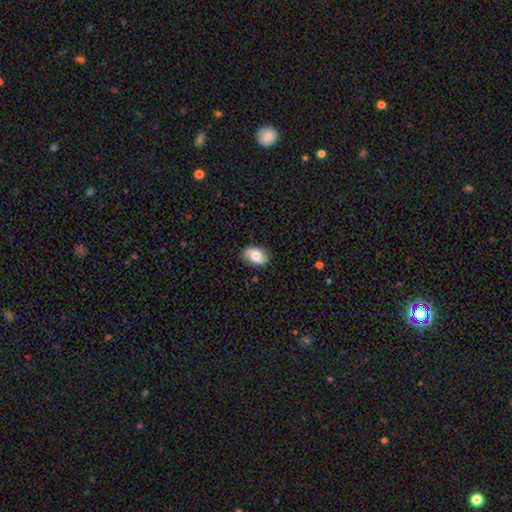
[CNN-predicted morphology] This is likely a smooth galaxy (71%). How rounded: clearly in between (89%). Merging: clearly none (81%).